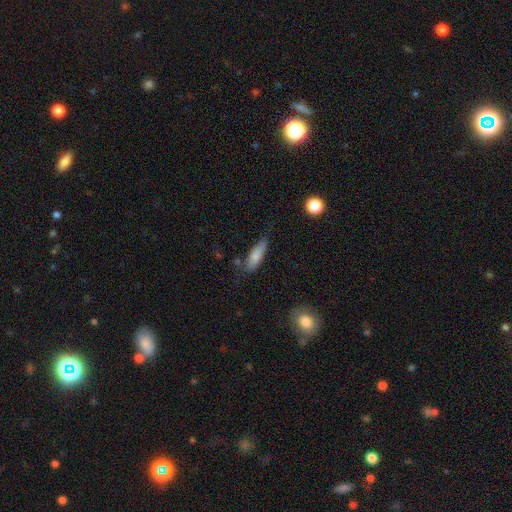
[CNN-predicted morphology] Smooth or featured?
  - smooth: 78% *
  - featured or disk: 15%
  - star or artifact: 7%
How rounded?
  - cigar-shaped: 51% *
  - in between: 46%
  - round: 2%
Merging?
  - none: 62% *
  - minor disturbance: 27%
  - major disturbance: 6%
  - merger: 5%